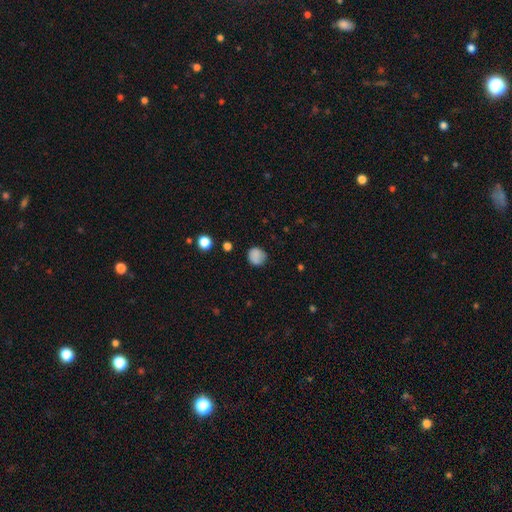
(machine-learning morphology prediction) This appears to be a smooth galaxy with no disk features (83%) that is round (85%). Merging: none (76%).